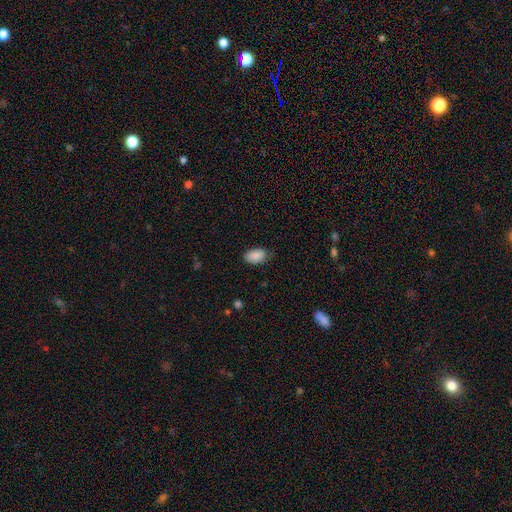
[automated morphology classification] Smooth or featured?
  - smooth: 88% *
  - star or artifact: 7%
  - featured or disk: 5%
How rounded?
  - in between: 91% *
  - round: 8%
  - cigar-shaped: 1%
Merging?
  - none: 73% *
  - minor disturbance: 22%
  - major disturbance: 4%
  - merger: 1%